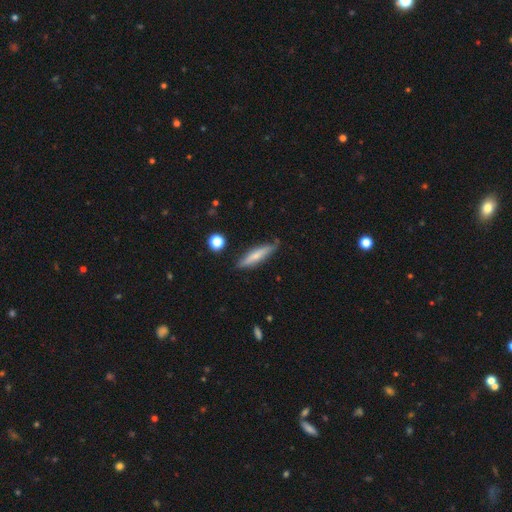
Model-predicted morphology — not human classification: Overall: smooth (59%; featured or disk 35%). How rounded: cigar-shaped (84%). Merging: none (80%).